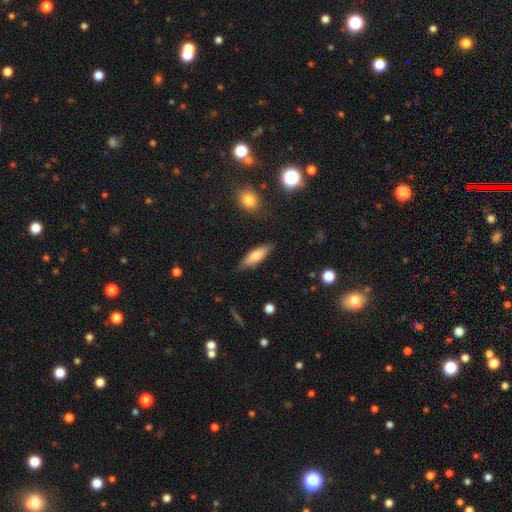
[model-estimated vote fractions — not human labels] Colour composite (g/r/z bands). It shows a smooth galaxy with no disk features (71%) that is cigar-shaped (51%). Merging: none (82%).